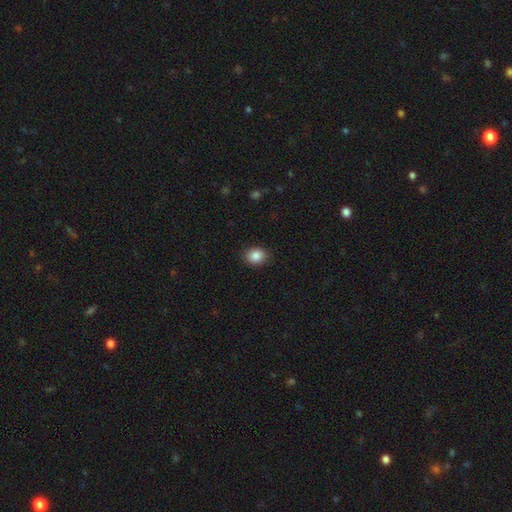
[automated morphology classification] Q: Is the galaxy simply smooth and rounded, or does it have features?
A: smooth — 86%.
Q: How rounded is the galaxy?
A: round — 60%.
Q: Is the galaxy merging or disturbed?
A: none — 89%.